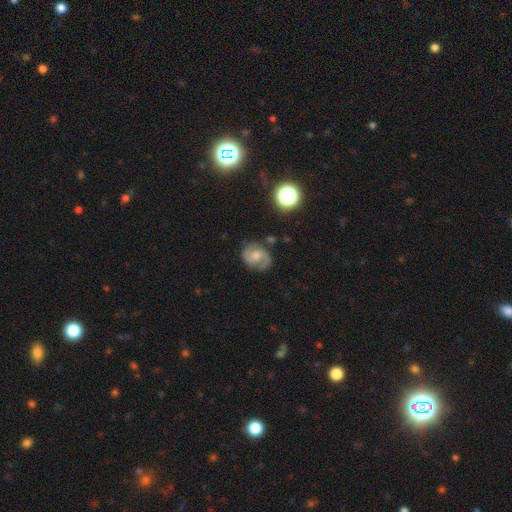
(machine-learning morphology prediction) Smooth or featured? featured or disk (77%)
Edge-on disk? no (98%)
Bar? no (52%)
Spiral arms? yes (95%)
Spiral winding? medium (54%)
Spiral arm count? 2 (88%)
Bulge size? moderate (47%)
Merging? none (75%)